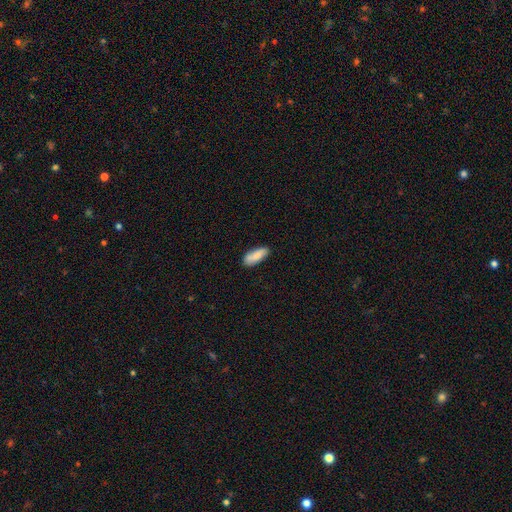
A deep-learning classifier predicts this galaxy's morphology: Overall: smooth (81%). How rounded: in between (69%). Merging: none (77%).